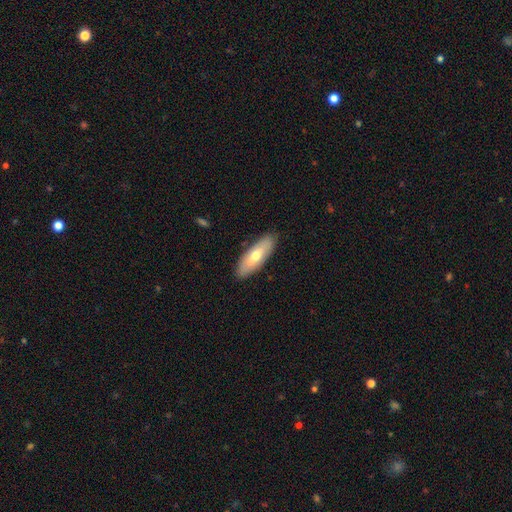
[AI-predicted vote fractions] This is possibly a smooth galaxy (59%). How rounded: likely in between (66%). Merging: clearly none (87%).